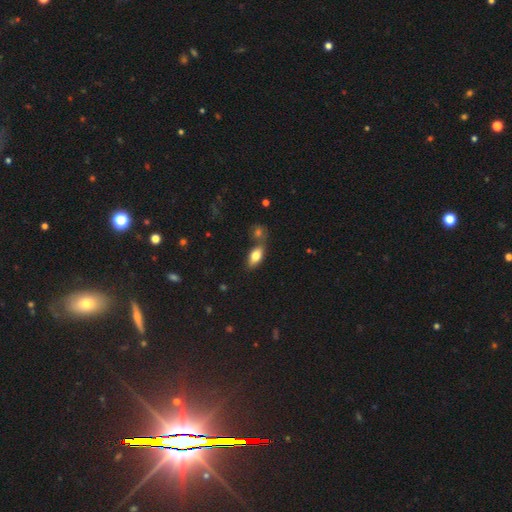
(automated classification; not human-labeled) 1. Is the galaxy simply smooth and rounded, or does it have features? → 74% smooth, 18% featured or disk, 8% star or artifact.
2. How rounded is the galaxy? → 84% in between, 11% cigar-shaped, 5% round.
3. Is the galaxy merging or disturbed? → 59% none, 23% merger, 14% minor disturbance, 4% major disturbance.